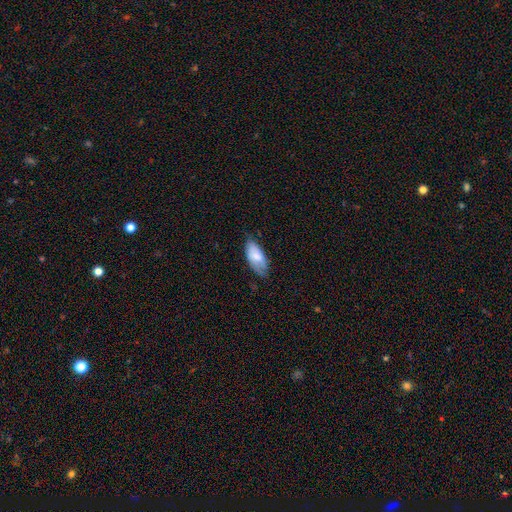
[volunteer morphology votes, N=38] smooth-or-featured: smooth: 68% | featured or disk: 24% | star or artifact: 8%
  how-rounded: in between: 100% | round: 0% | cigar-shaped: 0%
  merging: none: 57% | minor disturbance: 26% | major disturbance: 17% | merger: 0%